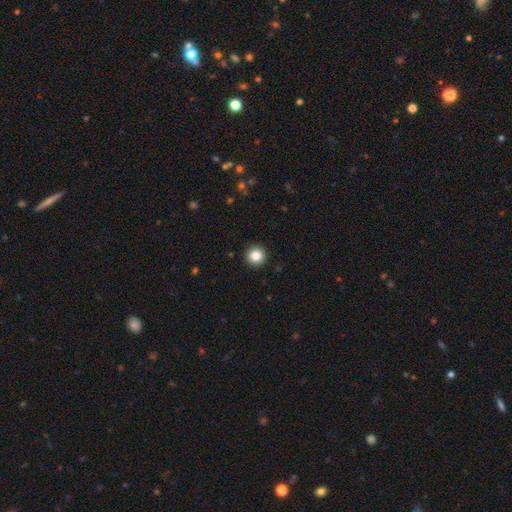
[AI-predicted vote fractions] smooth-or-featured: smooth: 86% | star or artifact: 10% | featured or disk: 5%
  how-rounded: round: 95% | in between: 4% | cigar-shaped: 1%
  merging: none: 93% | minor disturbance: 4% | major disturbance: 1% | merger: 1%